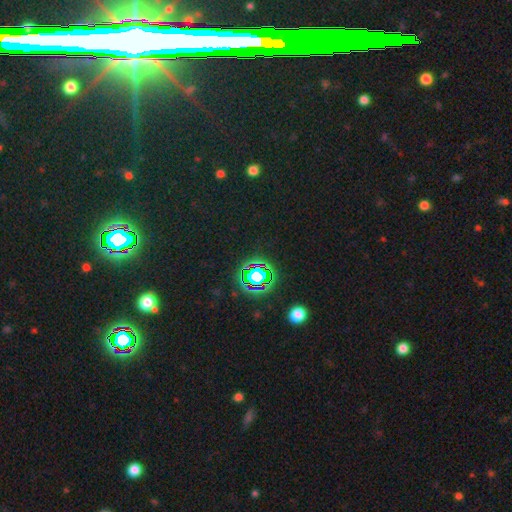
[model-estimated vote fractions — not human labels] A star or artifact, not a galaxy (75%).

Vote fractions:
- Smooth or featured? star or artifact: 75% / smooth: 14% / featured or disk: 11%